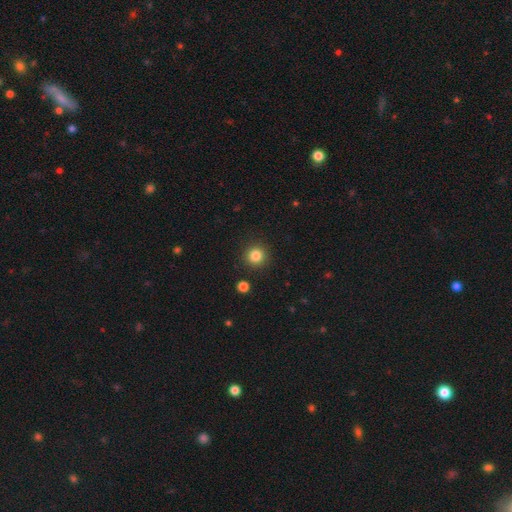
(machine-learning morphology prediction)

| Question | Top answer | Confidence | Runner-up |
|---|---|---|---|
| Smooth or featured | smooth | 84% | star or artifact (12%) |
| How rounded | round | 94% | in between (5%) |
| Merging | none | 90% | minor disturbance (6%) |